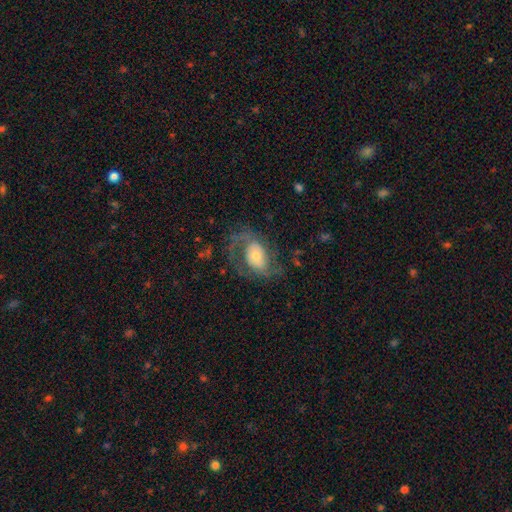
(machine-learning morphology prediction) Smooth or featured? featured or disk (70%)
Edge-on disk? no (96%)
Bar? no (62%)
Spiral arms? yes (84%)
Spiral winding? medium (48%)
Spiral arm count? 2 (75%)
Bulge size? small (40%)
Merging? none (56%)